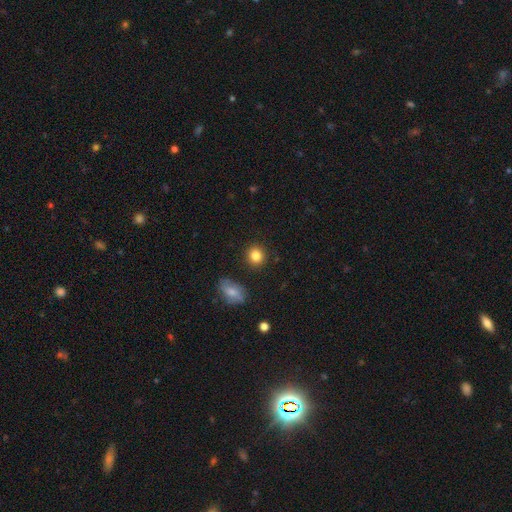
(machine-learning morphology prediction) smooth-or-featured: smooth: 84% | star or artifact: 10% | featured or disk: 6%
  how-rounded: round: 85% | in between: 14% | cigar-shaped: 1%
  merging: none: 89% | minor disturbance: 7% | major disturbance: 2% | merger: 2%